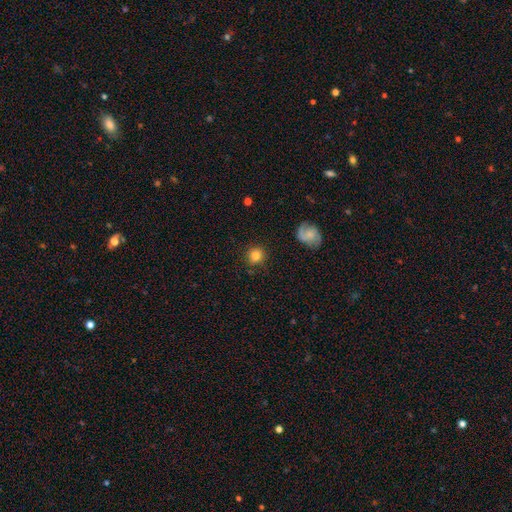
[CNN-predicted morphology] smooth_or_featured: smooth (p=0.81) [alt: star or artifact p=0.10]
how_rounded: round (p=0.89) [alt: in between p=0.10]
merging: none (p=0.86) [alt: minor disturbance p=0.09]